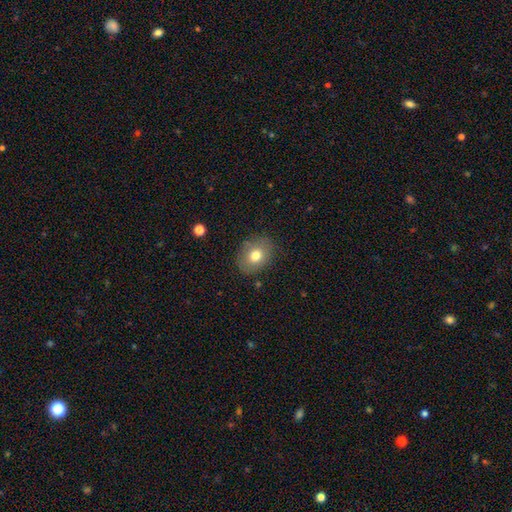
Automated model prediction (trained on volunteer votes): This appears to be a smooth galaxy with no disk features (74%) that is in between round and cigar-shaped (61%). Merging: none (83%).